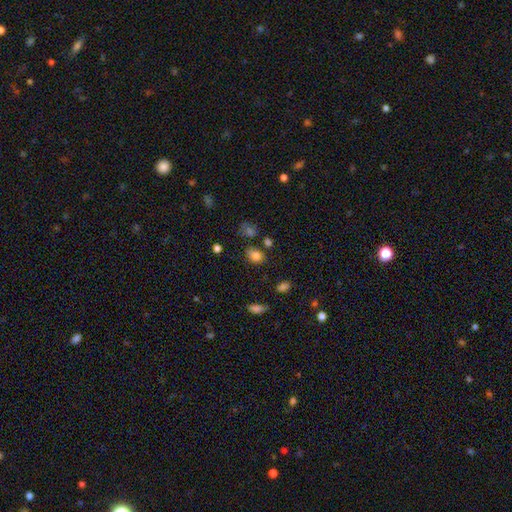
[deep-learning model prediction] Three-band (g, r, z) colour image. It shows a smooth galaxy with no disk features (80%) that is in between round and cigar-shaped (61%). Merging: none (69%).